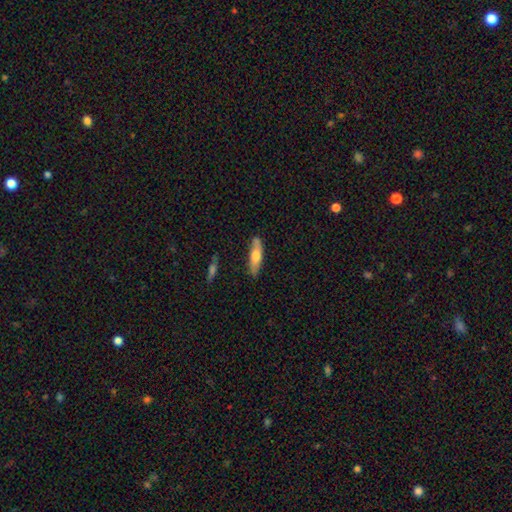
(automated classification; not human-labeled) The model was most divided on "smooth or featured": smooth: 64%, featured or disk: 30%, star or artifact: 6%. More confident: merging — none (80%); how rounded — cigar-shaped (66%).